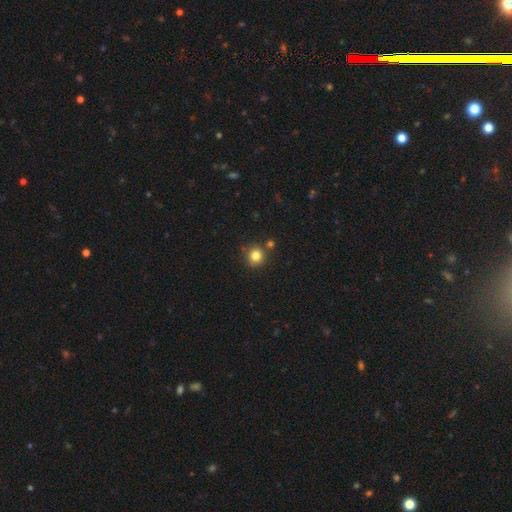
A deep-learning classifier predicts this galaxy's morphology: smooth-or-featured: smooth: 82% | star or artifact: 12% | featured or disk: 6%
  how-rounded: round: 91% | in between: 8% | cigar-shaped: 1%
  merging: none: 82% | minor disturbance: 8% | merger: 8% | major disturbance: 2%